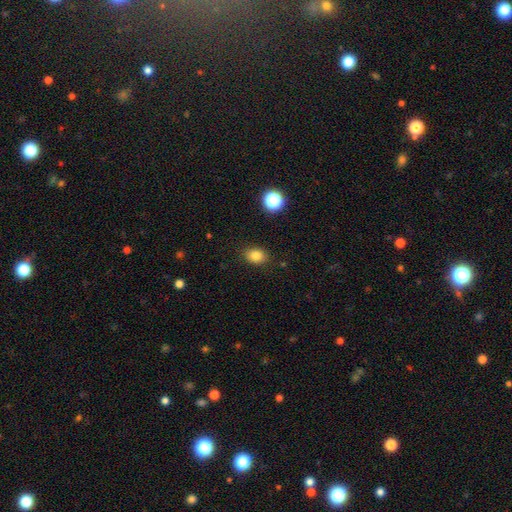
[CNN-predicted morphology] A smooth galaxy with no disk features (82%) that is in between round and cigar-shaped (62%). Merging: none (87%).